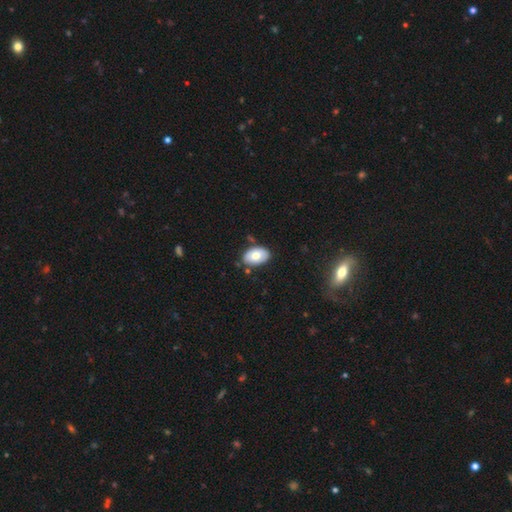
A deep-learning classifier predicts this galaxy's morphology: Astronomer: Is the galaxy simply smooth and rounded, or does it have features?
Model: smooth — 68%.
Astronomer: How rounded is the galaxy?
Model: in between — 91%.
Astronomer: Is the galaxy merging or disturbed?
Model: none — 79%.